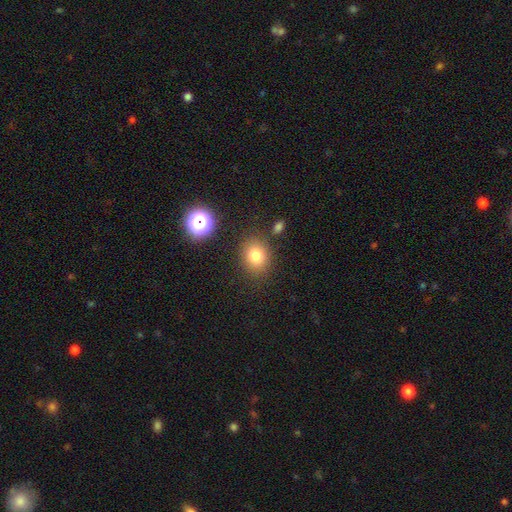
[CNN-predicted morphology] Smooth or featured? smooth (79%)
How rounded? round (61%)
Merging? none (82%)